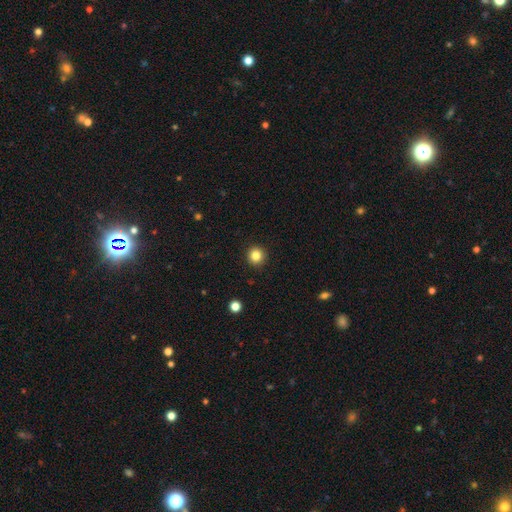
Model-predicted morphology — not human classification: Smooth or featured?
  - smooth: 84% *
  - star or artifact: 11%
  - featured or disk: 5%
How rounded?
  - round: 95% *
  - in between: 4%
  - cigar-shaped: 1%
Merging?
  - none: 93% *
  - minor disturbance: 4%
  - major disturbance: 2%
  - merger: 1%